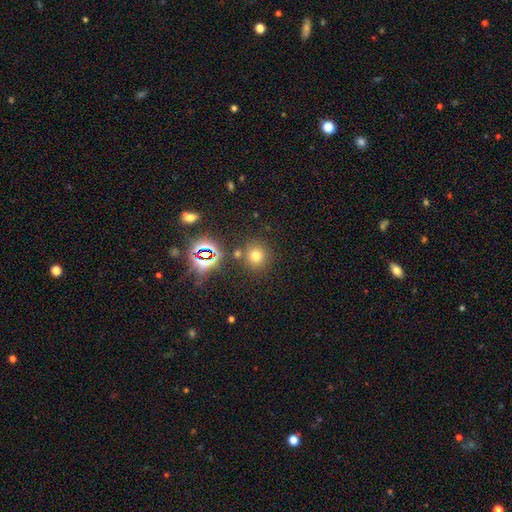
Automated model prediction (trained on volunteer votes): Overall: smooth (67%). How rounded: round (90%). Merging: none (79%).